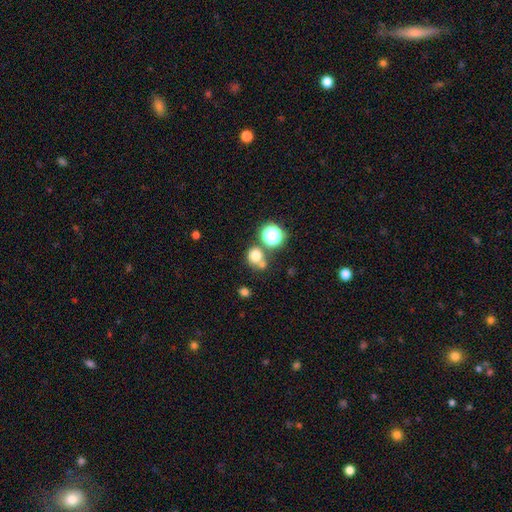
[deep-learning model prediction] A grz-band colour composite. It shows a smooth galaxy with no disk features (73%) that is round (78%). Merging: none (55%).